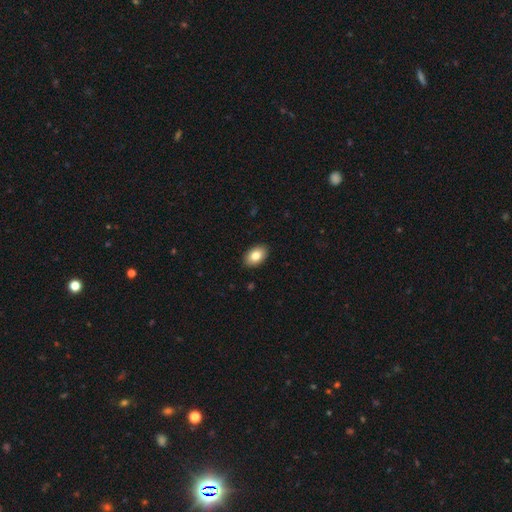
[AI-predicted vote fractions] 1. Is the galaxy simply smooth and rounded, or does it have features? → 83% smooth, 10% featured or disk, 7% star or artifact.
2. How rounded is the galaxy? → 90% in between, 9% round, 1% cigar-shaped.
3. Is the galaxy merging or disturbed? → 90% none, 7% minor disturbance, 2% major disturbance, 1% merger.